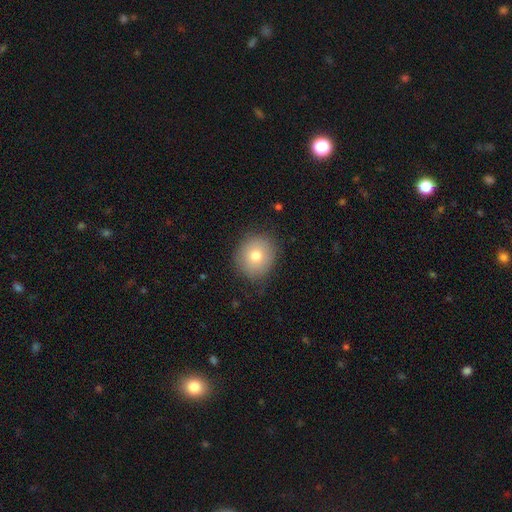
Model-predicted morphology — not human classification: type=smooth (75%); roundness=round (83%); merging=none (84%).